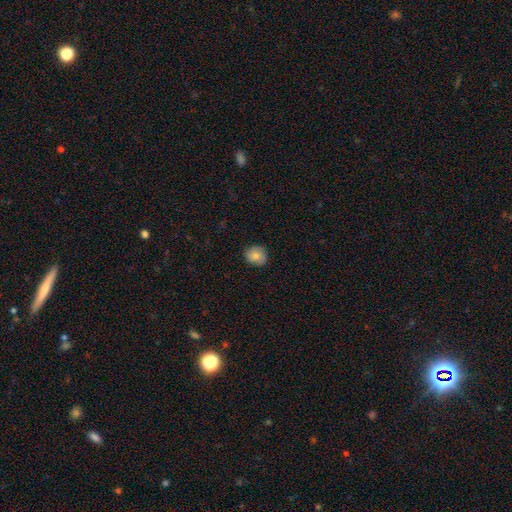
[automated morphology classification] smooth-or-featured: smooth: 76% | featured or disk: 16% | star or artifact: 8%
  how-rounded: round: 83% | in between: 16% | cigar-shaped: 1%
  merging: none: 82% | minor disturbance: 14% | major disturbance: 3% | merger: 1%